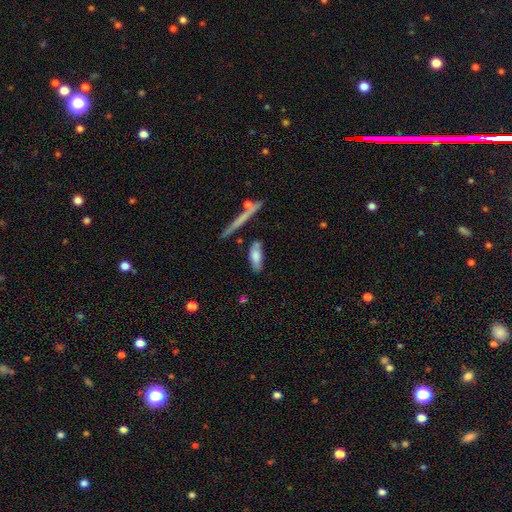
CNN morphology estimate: Q: Smooth or featured?
A: smooth (75%); runner-up: featured or disk (19%)
Q: How rounded?
A: in between (65%); runner-up: cigar-shaped (33%)
Q: Merging?
A: none (67%); runner-up: minor disturbance (20%)